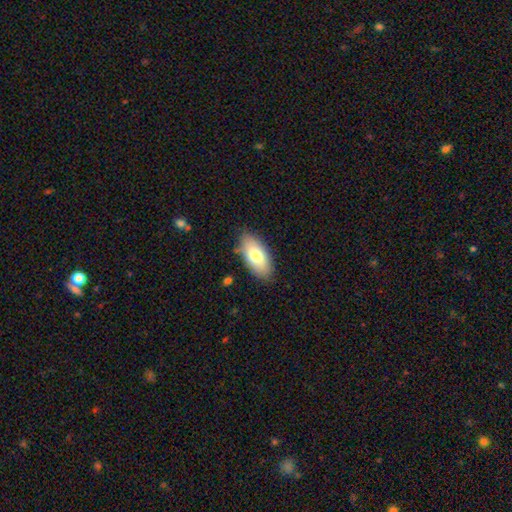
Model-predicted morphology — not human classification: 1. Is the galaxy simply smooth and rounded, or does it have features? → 76% smooth, 18% featured or disk, 6% star or artifact.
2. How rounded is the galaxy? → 91% in between, 7% cigar-shaped, 3% round.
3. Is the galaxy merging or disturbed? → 84% none, 12% minor disturbance, 3% major disturbance, 2% merger.